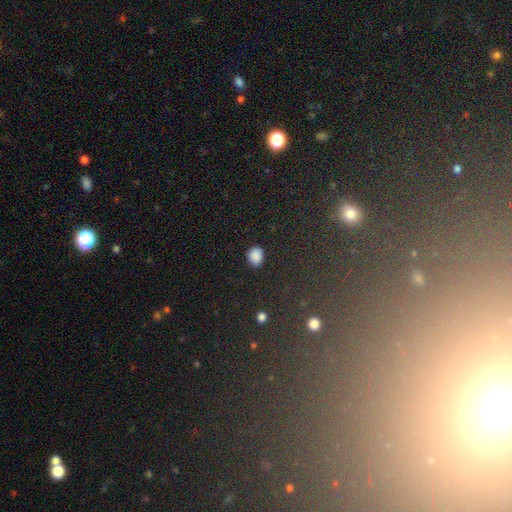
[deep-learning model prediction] Morphology: type=smooth (87%); roundness=round (58%); merging=none (87%).